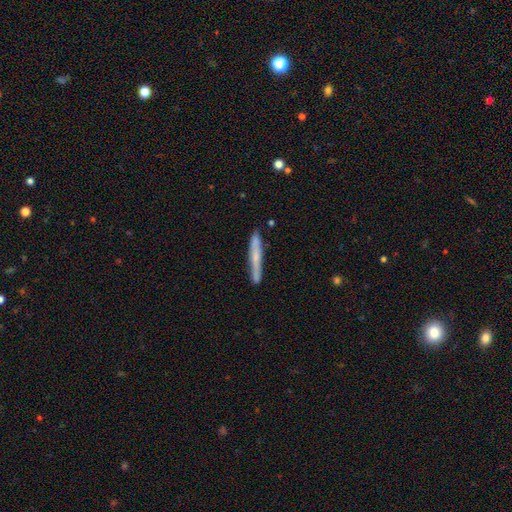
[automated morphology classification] Overall: smooth (49%; featured or disk 45%). Merging: none (85%).